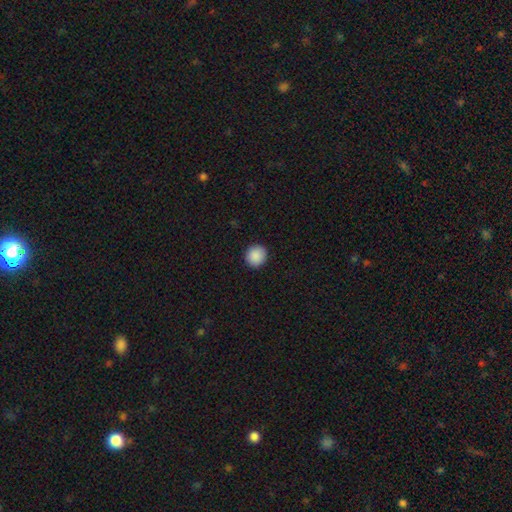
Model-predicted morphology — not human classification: Smooth or featured? smooth (90%)
How rounded? round (90%)
Merging? none (92%)